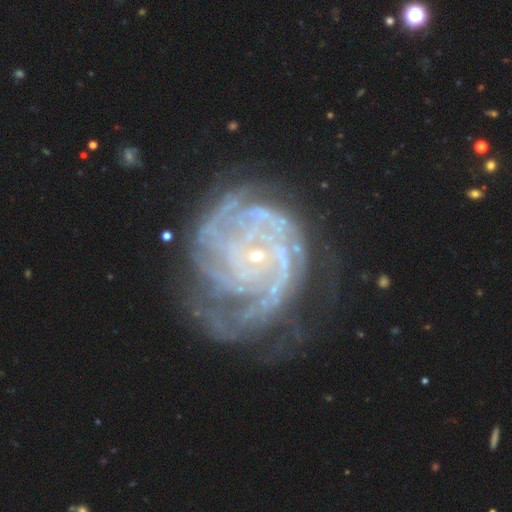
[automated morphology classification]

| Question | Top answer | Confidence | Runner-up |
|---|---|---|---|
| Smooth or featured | featured or disk | 88% | star or artifact (7%) |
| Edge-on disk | no | 98% | yes (2%) |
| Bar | no | 73% | weak (20%) |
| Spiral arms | yes | 96% | no (4%) |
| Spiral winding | tight | 74% | medium (22%) |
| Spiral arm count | can't tell | 26% | 4 (20%) |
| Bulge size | small | 86% | moderate (9%) |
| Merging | none | 59% | minor disturbance (22%) |